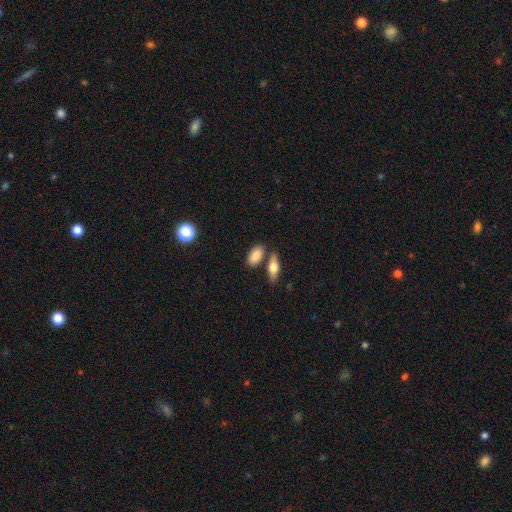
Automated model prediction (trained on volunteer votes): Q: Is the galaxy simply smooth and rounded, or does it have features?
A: smooth — 83%.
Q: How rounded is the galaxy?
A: in between — 87%.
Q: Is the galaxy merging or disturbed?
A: none — 69%.